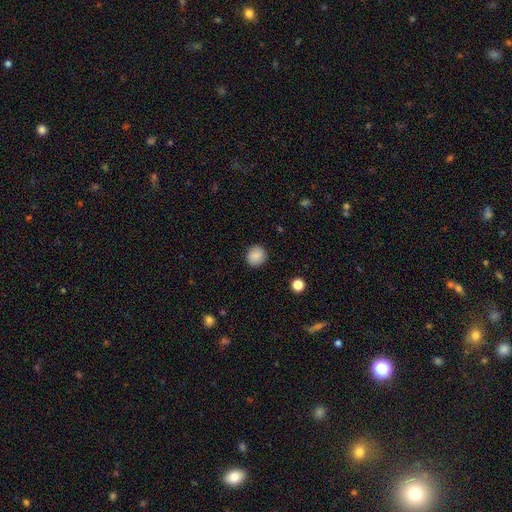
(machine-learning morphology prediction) Smooth or featured? Predicted: smooth (p=0.86). How rounded? Predicted: round (p=0.89). Merging? Predicted: none (p=0.90).